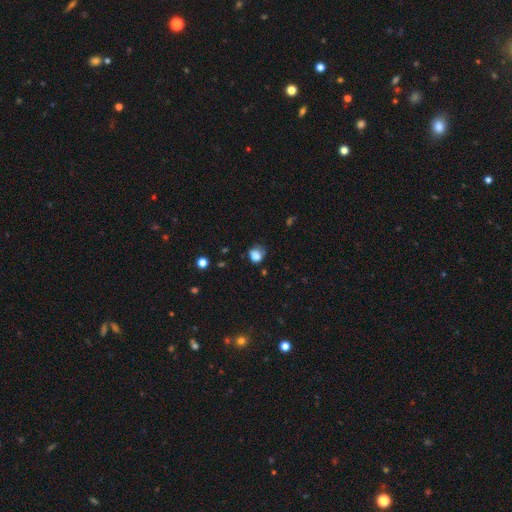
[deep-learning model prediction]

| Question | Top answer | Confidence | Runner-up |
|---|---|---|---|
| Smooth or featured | smooth | 80% | star or artifact (12%) |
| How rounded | round | 65% | in between (34%) |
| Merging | none | 51% | minor disturbance (31%) |